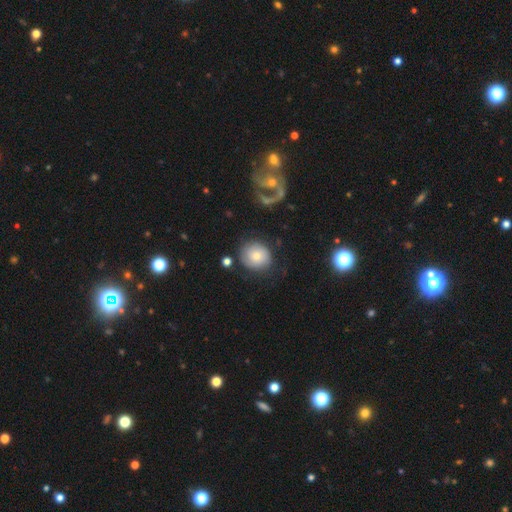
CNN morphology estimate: Smooth or featured? smooth (65%)
How rounded? round (83%)
Merging? none (72%)